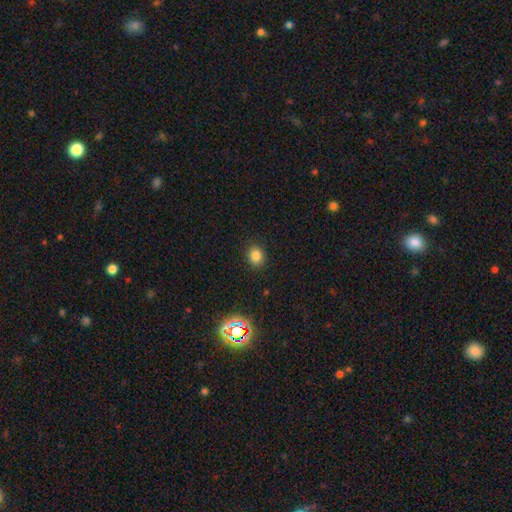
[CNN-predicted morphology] Smooth or featured? Predicted: smooth (p=0.81). How rounded? Predicted: round (p=0.60). Merging? Predicted: none (p=0.89).